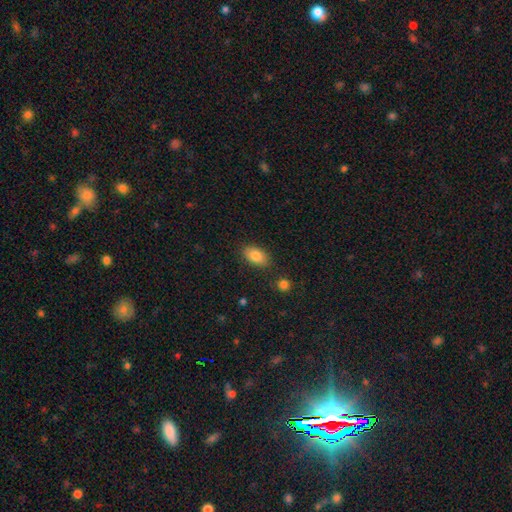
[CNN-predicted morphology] Smooth or featured? Predicted: smooth (p=0.84). How rounded? Predicted: in between (p=0.90). Merging? Predicted: none (p=0.84).